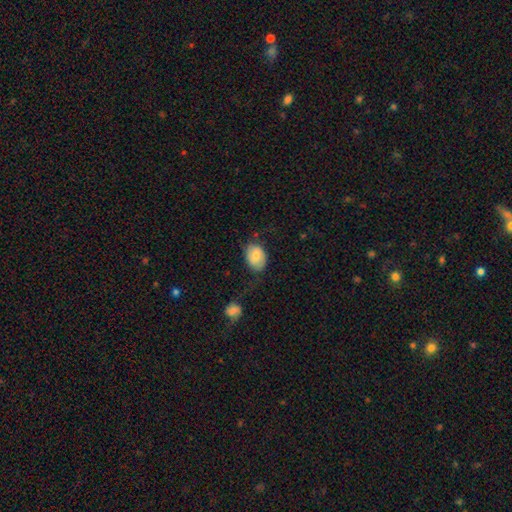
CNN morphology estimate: Smooth or featured: smooth — 74% (featured or disk — 19%)
How rounded: in between — 74% (round — 25%)
Merging: none — 59% (minor disturbance — 27%)